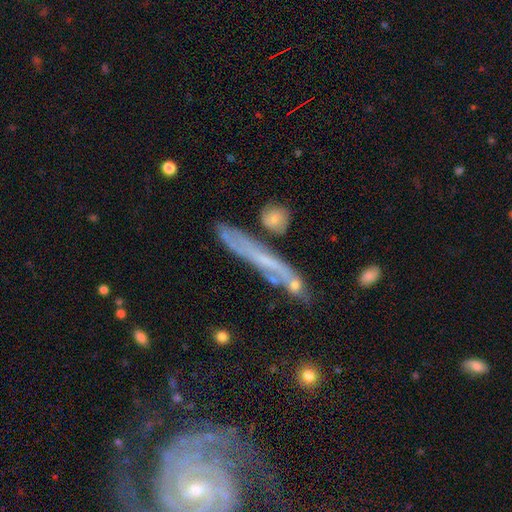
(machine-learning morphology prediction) Smooth or featured: featured or disk — 56% (smooth — 35%)
Edge-on disk: yes — 66% (no — 34%)
Merging: none — 54% (minor disturbance — 22%)